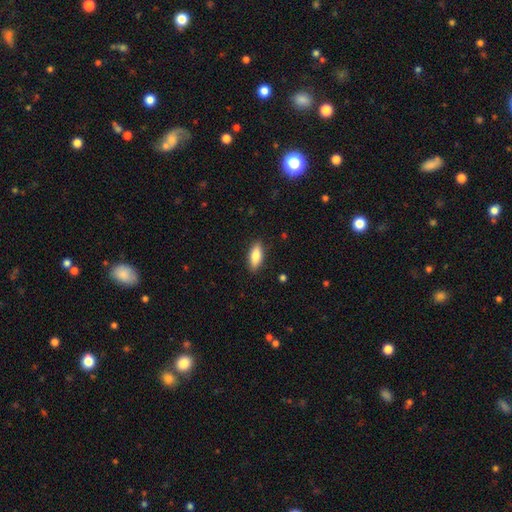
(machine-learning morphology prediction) Smooth or featured?
  - smooth: 83% *
  - featured or disk: 11%
  - star or artifact: 6%
How rounded?
  - in between: 76% *
  - cigar-shaped: 21%
  - round: 2%
Merging?
  - none: 88% *
  - minor disturbance: 9%
  - major disturbance: 2%
  - merger: 1%